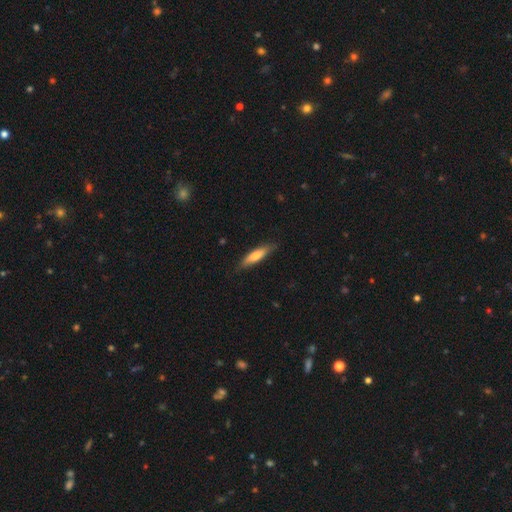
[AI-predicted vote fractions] Smooth or featured? Predicted: smooth (p=0.71). How rounded? Predicted: cigar-shaped (p=0.74). Merging? Predicted: none (p=0.82).